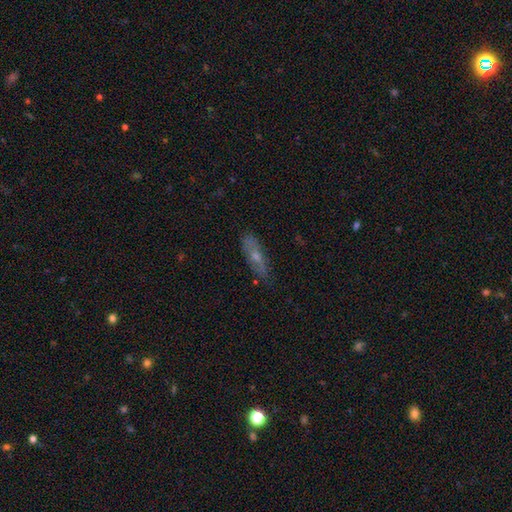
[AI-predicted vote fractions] This appears to be a featured or disk galaxy (47%). Merging: none (78%).